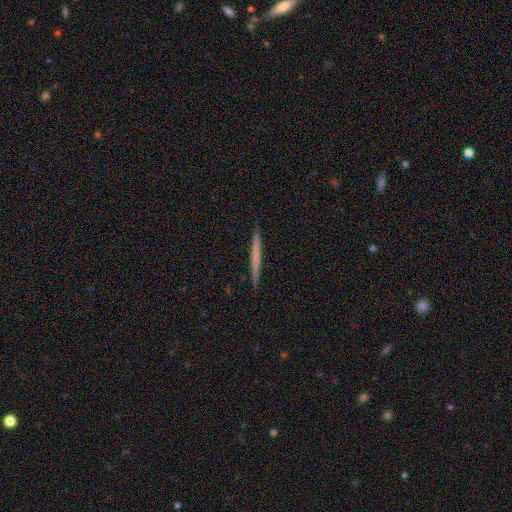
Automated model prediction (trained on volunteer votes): smooth-or-featured: smooth: 54% | featured or disk: 41% | star or artifact: 5%
  how-rounded: cigar-shaped: 97% | in between: 2% | round: 1%
  merging: none: 93% | minor disturbance: 5% | major disturbance: 1% | merger: 1%